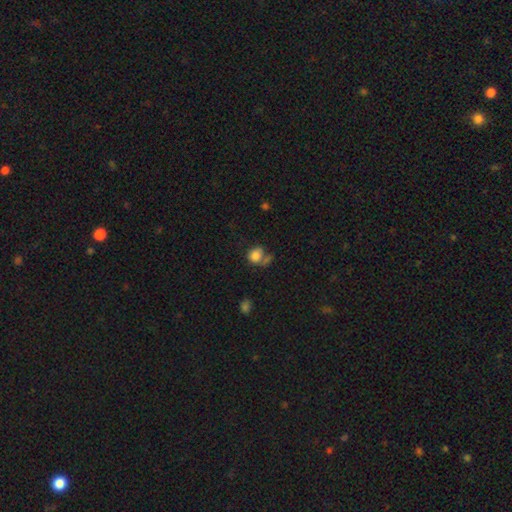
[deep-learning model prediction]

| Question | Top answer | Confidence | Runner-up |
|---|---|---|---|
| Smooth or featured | smooth | 80% | featured or disk (10%) |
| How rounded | round | 69% | in between (30%) |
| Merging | none | 42% | merger (23%) |